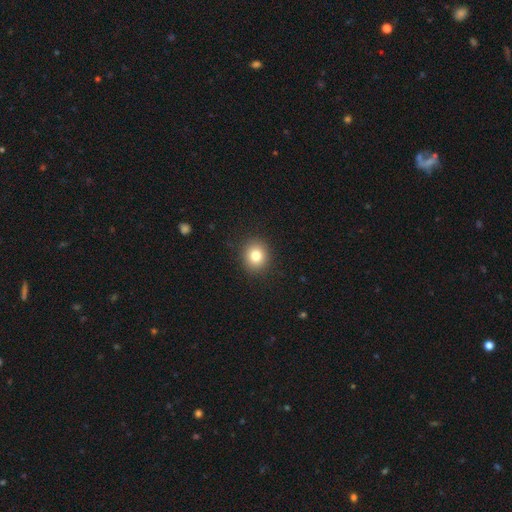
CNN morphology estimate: Q: Smooth or featured?
A: smooth (81%); runner-up: star or artifact (11%)
Q: How rounded?
A: round (82%); runner-up: in between (17%)
Q: Merging?
A: none (91%); runner-up: minor disturbance (6%)